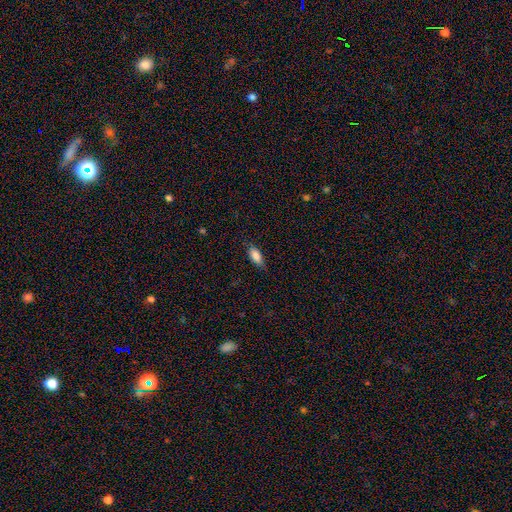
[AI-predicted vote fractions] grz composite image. It shows a smooth galaxy with no disk features (84%) that is in between round and cigar-shaped (84%). Merging: none (78%).